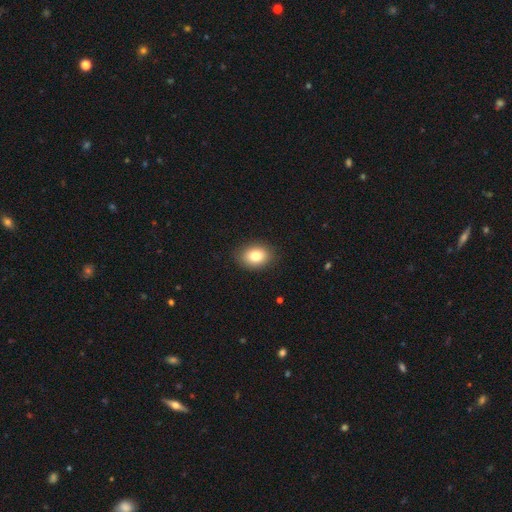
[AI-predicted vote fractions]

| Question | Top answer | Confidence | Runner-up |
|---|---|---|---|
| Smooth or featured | smooth | 82% | featured or disk (9%) |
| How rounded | in between | 65% | round (34%) |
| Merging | none | 87% | minor disturbance (9%) |